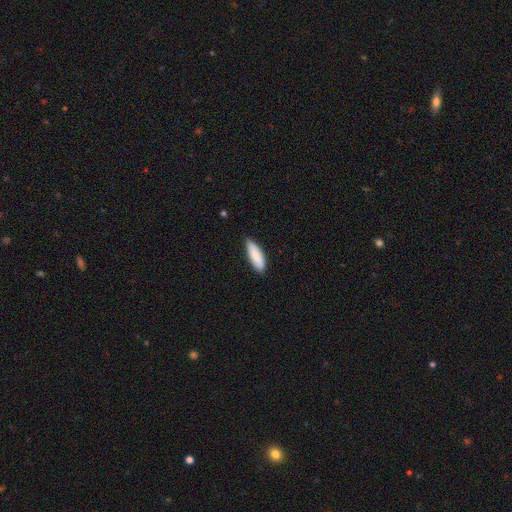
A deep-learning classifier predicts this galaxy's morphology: Smooth or featured: smooth — 87% (featured or disk — 7%)
How rounded: in between — 52% (cigar-shaped — 47%)
Merging: none — 80% (minor disturbance — 17%)